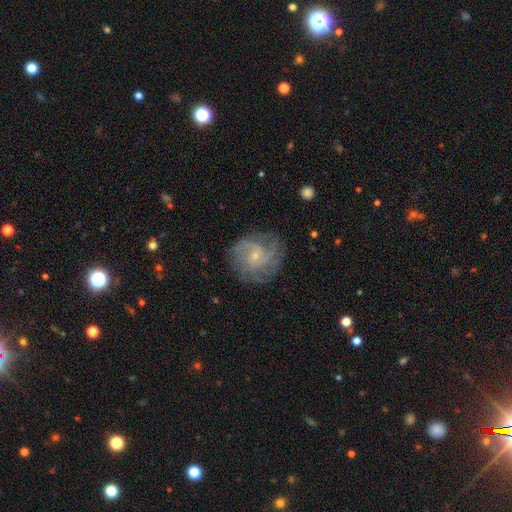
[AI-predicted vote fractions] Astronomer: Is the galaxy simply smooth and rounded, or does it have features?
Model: featured or disk — 76%.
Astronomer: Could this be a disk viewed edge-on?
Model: no — 98%.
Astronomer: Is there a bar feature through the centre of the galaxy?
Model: no — 67%.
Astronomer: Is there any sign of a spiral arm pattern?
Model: yes — 93%.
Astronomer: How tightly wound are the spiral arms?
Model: tight — 44% (runner-up: medium, 40%).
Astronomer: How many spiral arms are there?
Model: can't tell — 33% (runner-up: 3, 22%).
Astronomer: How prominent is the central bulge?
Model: small — 79%.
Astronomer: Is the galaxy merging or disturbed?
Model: none — 73%.